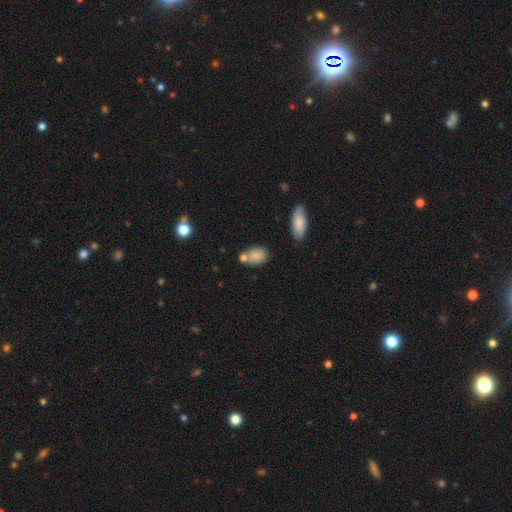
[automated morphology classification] A smooth galaxy with no disk features (82%) that is in between round and cigar-shaped (72%).

Vote fractions:
- Smooth or featured? smooth: 82% / star or artifact: 9% / featured or disk: 9%
- How rounded? in between: 72% / round: 25% / cigar-shaped: 2%
- Merging? none: 58% / merger: 21% / minor disturbance: 16% / major disturbance: 5%